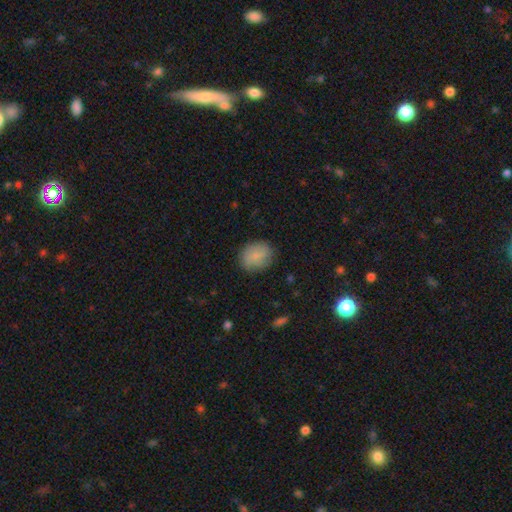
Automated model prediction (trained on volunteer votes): A smooth galaxy with no disk features (78%) that is round (63%).

Vote fractions:
- Smooth or featured? smooth: 78% / featured or disk: 14% / star or artifact: 8%
- How rounded? round: 63% / in between: 36% / cigar-shaped: 1%
- Merging? none: 77% / minor disturbance: 17% / major disturbance: 4% / merger: 1%